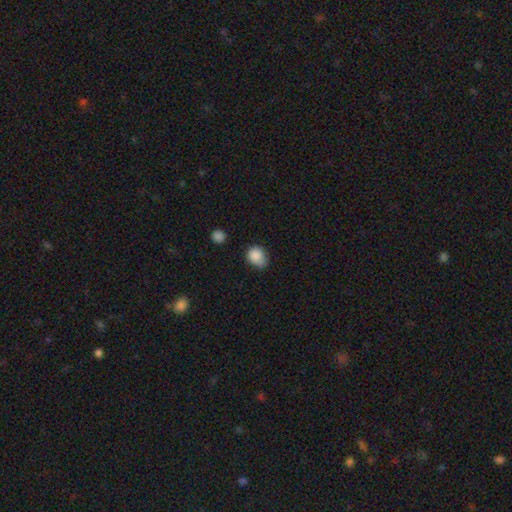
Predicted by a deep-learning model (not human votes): smooth-or-featured: smooth: 86% | star or artifact: 9% | featured or disk: 5%
  how-rounded: round: 61% | in between: 38% | cigar-shaped: 1%
  merging: none: 52% | minor disturbance: 38% | major disturbance: 7% | merger: 3%